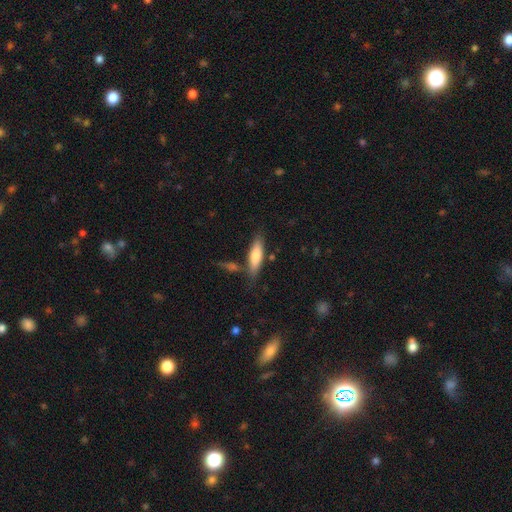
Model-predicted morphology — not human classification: smooth-or-featured: smooth: 73% | featured or disk: 22% | star or artifact: 6%
  how-rounded: cigar-shaped: 55% | in between: 44% | round: 2%
  merging: none: 72% | minor disturbance: 15% | merger: 9% | major disturbance: 4%